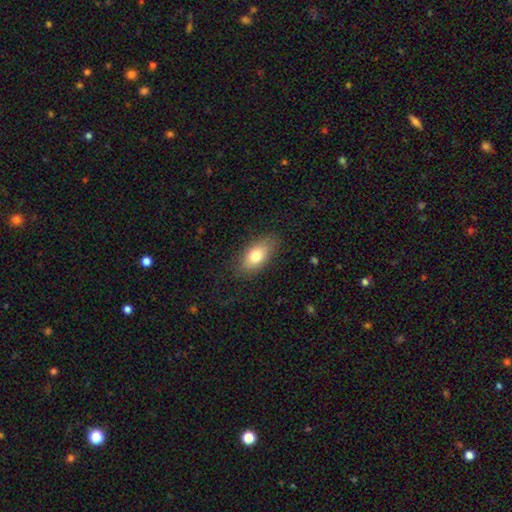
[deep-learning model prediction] Morphology: type=smooth (77%); roundness=in between (88%); merging=none (81%).